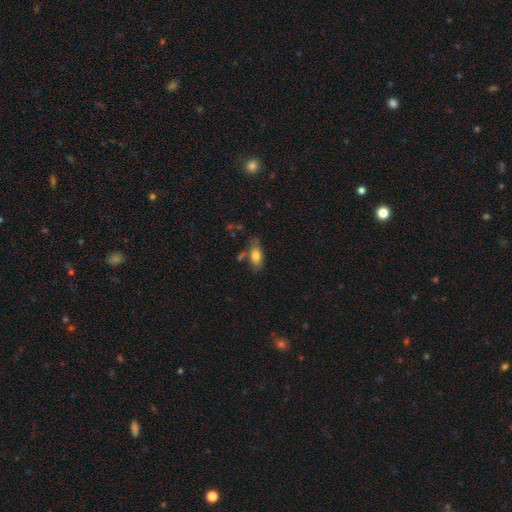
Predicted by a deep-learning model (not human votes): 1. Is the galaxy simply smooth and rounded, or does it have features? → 76% smooth, 16% featured or disk, 8% star or artifact.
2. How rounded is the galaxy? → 84% in between, 12% cigar-shaped, 4% round.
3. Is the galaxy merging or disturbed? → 59% none, 22% minor disturbance, 12% merger, 7% major disturbance.